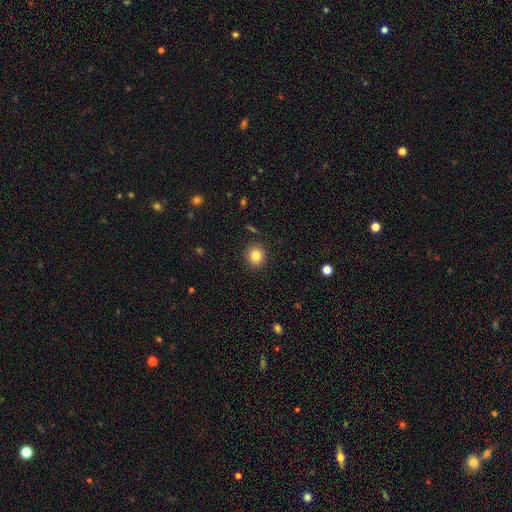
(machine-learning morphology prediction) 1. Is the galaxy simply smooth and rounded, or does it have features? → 82% smooth, 10% star or artifact, 7% featured or disk.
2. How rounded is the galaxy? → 87% round, 12% in between, 1% cigar-shaped.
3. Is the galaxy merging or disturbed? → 90% none, 7% minor disturbance, 2% major disturbance, 1% merger.